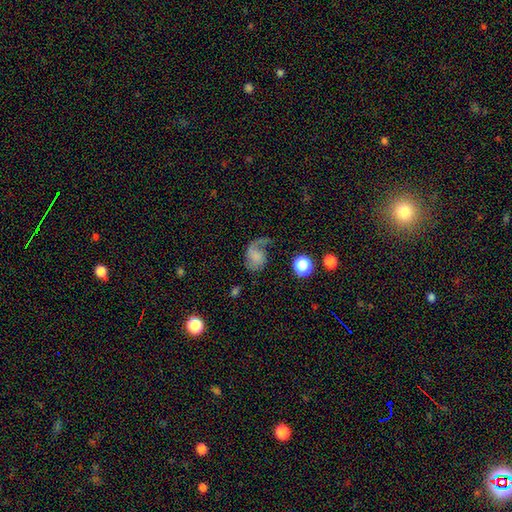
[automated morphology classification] This is possibly a featured or disk galaxy (54%). It is clearly not viewed edge-on (98%). Bar: likely no (69%). Spiral arm pattern: clearly yes (86%). Central bulge: possibly none (48%). Merging: marginally major disturbance (42%).